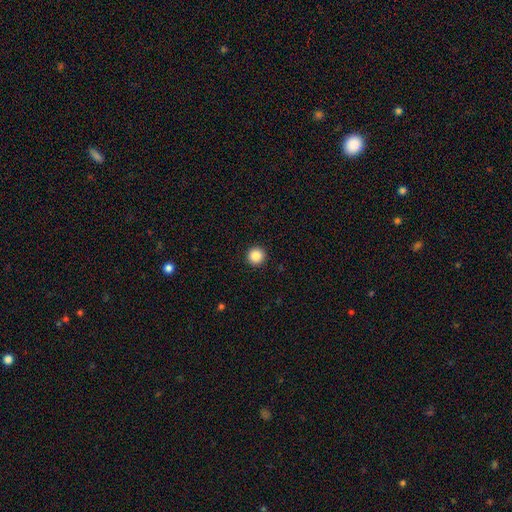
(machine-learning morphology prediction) A smooth galaxy with no disk features (86%) that is round (96%). Merging: none (94%).